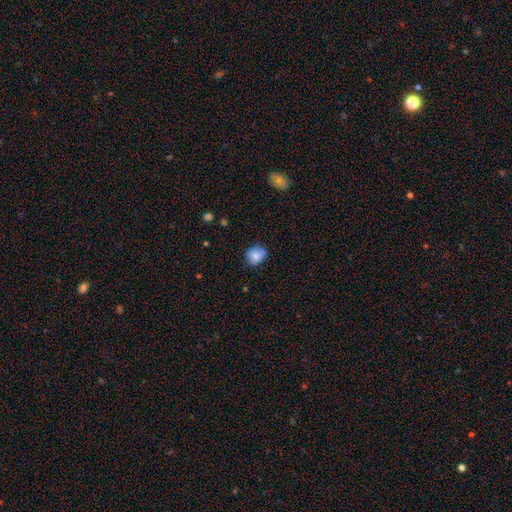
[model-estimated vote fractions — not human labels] Overall: smooth (76%). How rounded: round (55%; in between 44%). Merging: none (61%; minor disturbance 30%).